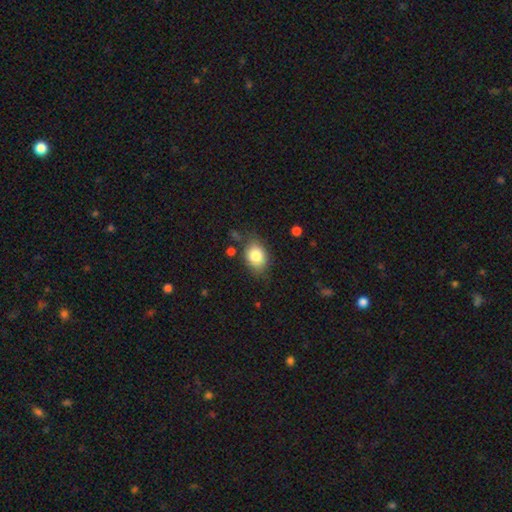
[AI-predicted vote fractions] The model was most divided on "how rounded": in between: 70%, round: 28%, cigar-shaped: 1%. More confident: smooth or featured — smooth (82%); merging — none (73%).